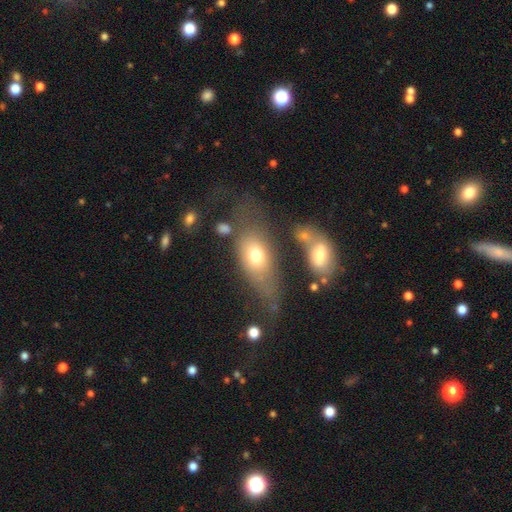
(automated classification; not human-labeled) A smooth galaxy with no disk features (66%) that is in between round and cigar-shaped (76%).

Vote fractions:
- Smooth or featured? smooth: 66% / featured or disk: 23% / star or artifact: 10%
- How rounded? in between: 76% / round: 14% / cigar-shaped: 9%
- Merging? none: 41% / merger: 20% / major disturbance: 20% / minor disturbance: 19%